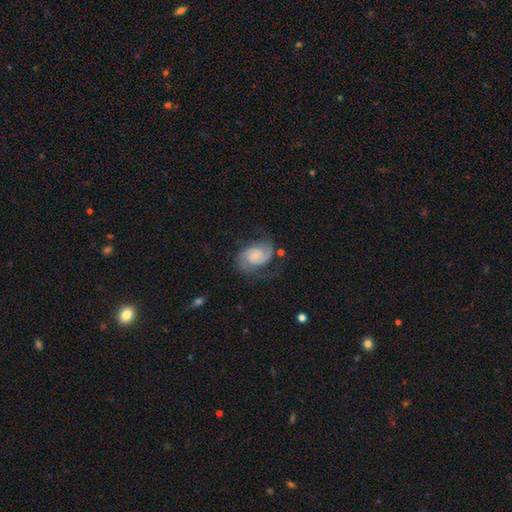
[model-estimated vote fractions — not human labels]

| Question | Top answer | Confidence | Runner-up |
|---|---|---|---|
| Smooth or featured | featured or disk | 80% | smooth (13%) |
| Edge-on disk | no | 98% | yes (2%) |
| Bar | no | 63% | weak (31%) |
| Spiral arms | yes | 96% | no (4%) |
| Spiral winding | medium | 51% | tight (25%) |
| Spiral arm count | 2 | 89% | can't tell (4%) |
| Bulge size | small | 51% | none (21%) |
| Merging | none | 63% | minor disturbance (19%) |